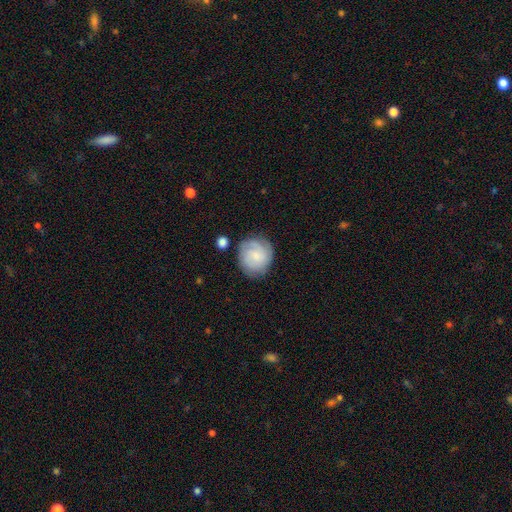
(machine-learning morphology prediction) Overall: smooth (59%; featured or disk 34%). How rounded: round (79%). Merging: none (71%).